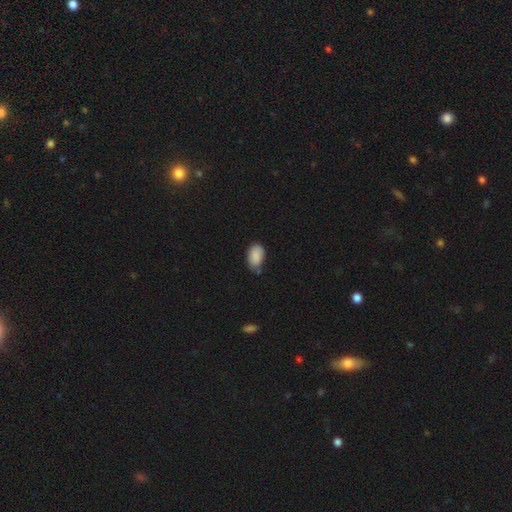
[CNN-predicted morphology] The model was most divided on "merging": none: 61%, minor disturbance: 30%, merger: 5%, major disturbance: 5%. More confident: how rounded — in between (91%); smooth or featured — smooth (88%).